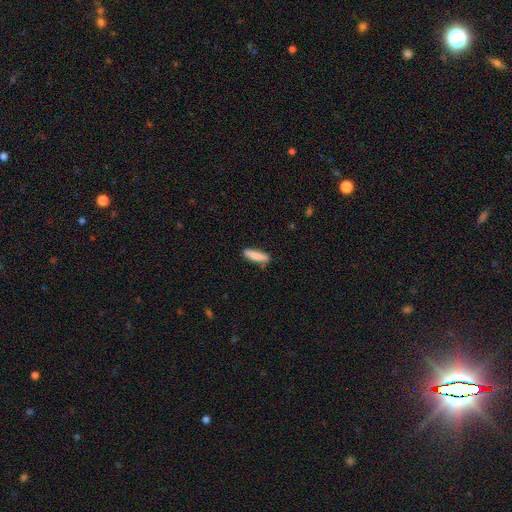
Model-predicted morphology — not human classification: This appears to be a smooth galaxy with no disk features (86%) that is cigar-shaped (69%). Merging: none (83%).